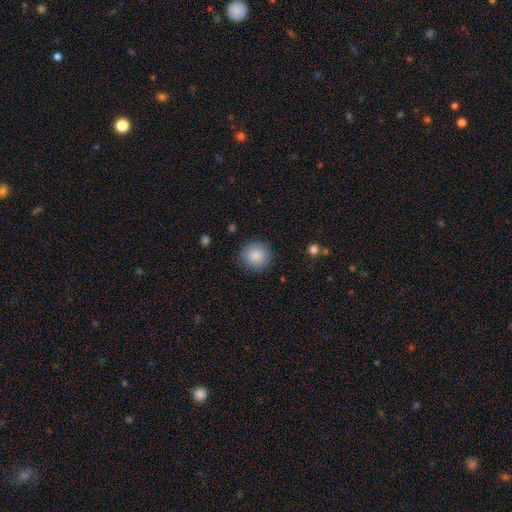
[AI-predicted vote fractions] Smooth or featured: smooth — 88% (star or artifact — 8%)
How rounded: round — 94% (in between — 5%)
Merging: none — 89% (minor disturbance — 7%)